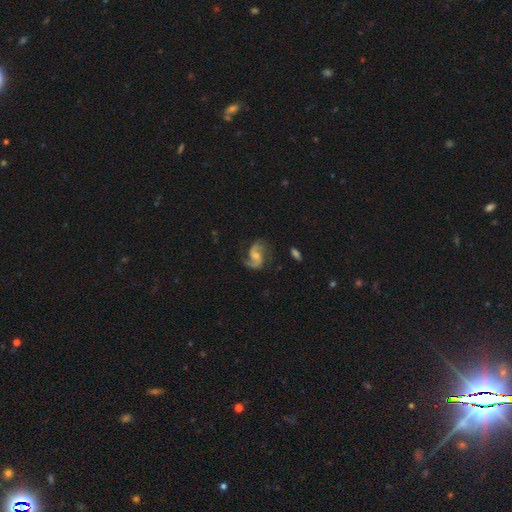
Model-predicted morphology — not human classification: Overall: featured or disk (90%). Edge-on disk: no (98%). Bar: no (50%; weak 41%). Spiral arms: yes (98%). Spiral arm count: 2 (92%). Spiral winding: medium (49%; loose 40%). Bulge size: moderate (48%; small 41%). Merging: none (75%).